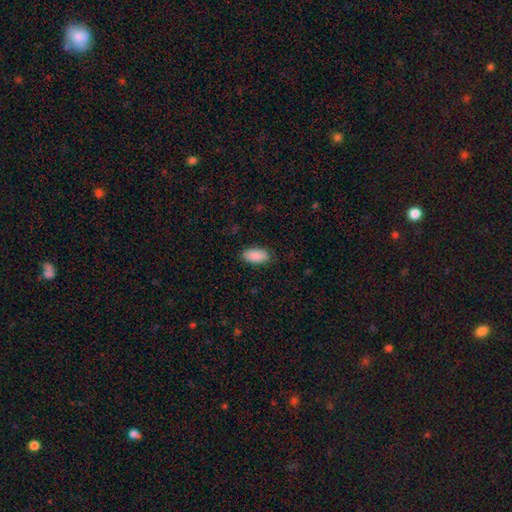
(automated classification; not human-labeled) The model was most divided on "merging": none: 87%, minor disturbance: 10%, major disturbance: 2%, merger: 1%. More confident: how rounded — in between (93%); smooth or featured — smooth (91%).